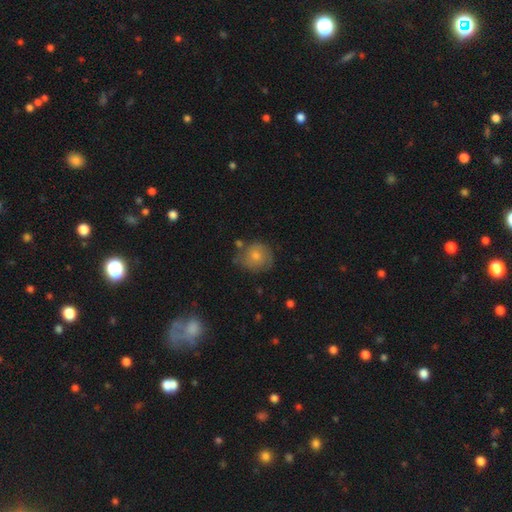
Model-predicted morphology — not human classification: type=smooth (68%); roundness=round (82%); merging=none (58%).